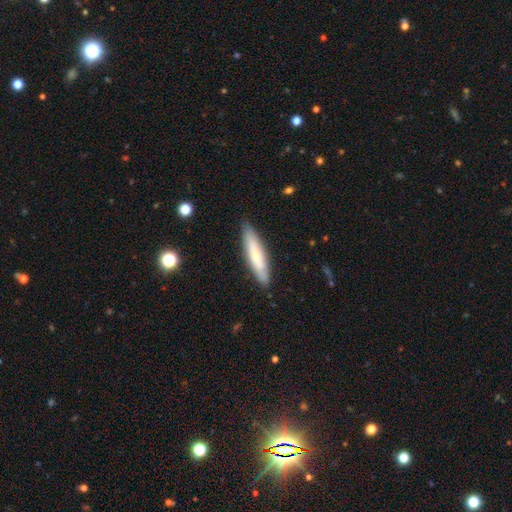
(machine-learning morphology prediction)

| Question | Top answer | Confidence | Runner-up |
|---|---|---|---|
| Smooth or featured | smooth | 60% | featured or disk (34%) |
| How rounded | cigar-shaped | 81% | in between (18%) |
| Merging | none | 86% | minor disturbance (11%) |